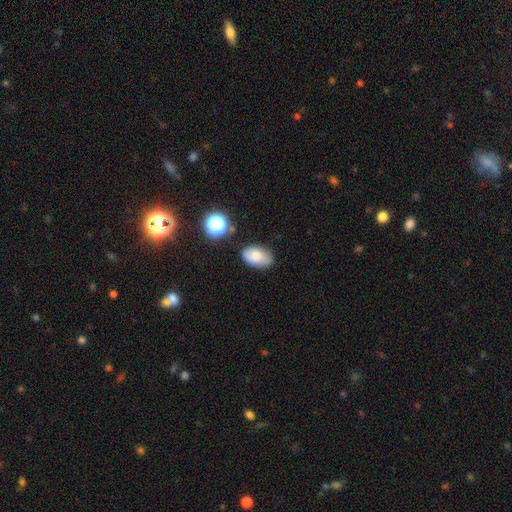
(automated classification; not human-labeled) Smooth or featured?
  - smooth: 77% *
  - featured or disk: 13%
  - star or artifact: 10%
How rounded?
  - in between: 90% *
  - round: 8%
  - cigar-shaped: 1%
Merging?
  - none: 71% *
  - minor disturbance: 21%
  - major disturbance: 4%
  - merger: 4%